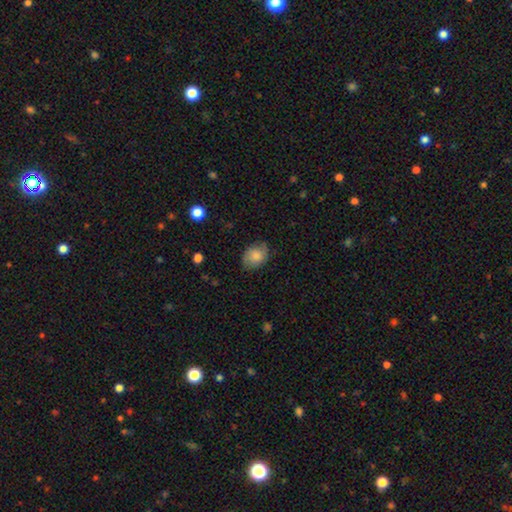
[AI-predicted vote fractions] This is likely a smooth galaxy (77%). How rounded: likely in between (63%). Merging: likely none (69%).